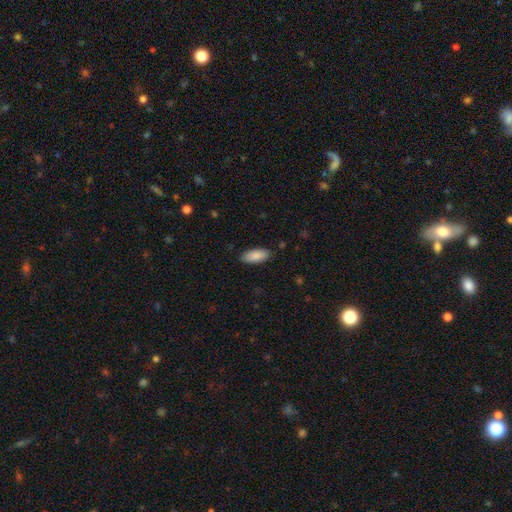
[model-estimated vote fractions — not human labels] Smooth or featured? smooth (88%)
How rounded? in between (86%)
Merging? none (86%)